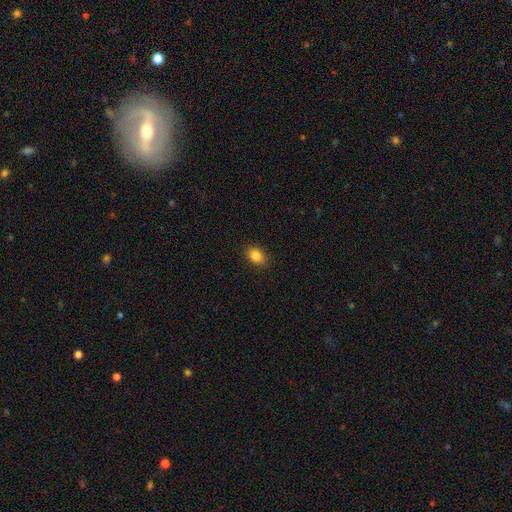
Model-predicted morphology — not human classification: smooth-or-featured: smooth: 86% | star or artifact: 9% | featured or disk: 5%
  how-rounded: in between: 76% | round: 23% | cigar-shaped: 1%
  merging: none: 89% | minor disturbance: 8% | major disturbance: 2% | merger: 1%